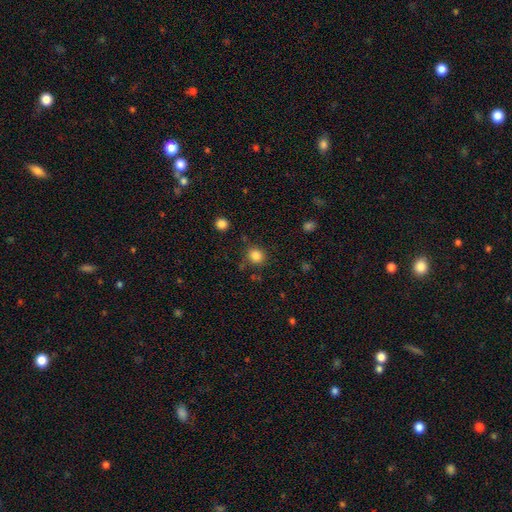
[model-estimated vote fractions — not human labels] Overall: smooth (84%). How rounded: round (84%). Merging: none (82%).